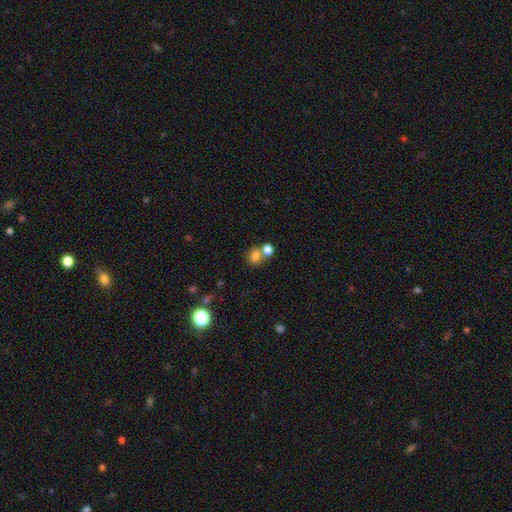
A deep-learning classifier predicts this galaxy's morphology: smooth_or_featured: smooth (p=0.78) [alt: star or artifact p=0.13]
how_rounded: in between (p=0.50) [alt: round p=0.49]
merging: none (p=0.45) [alt: merger p=0.41]